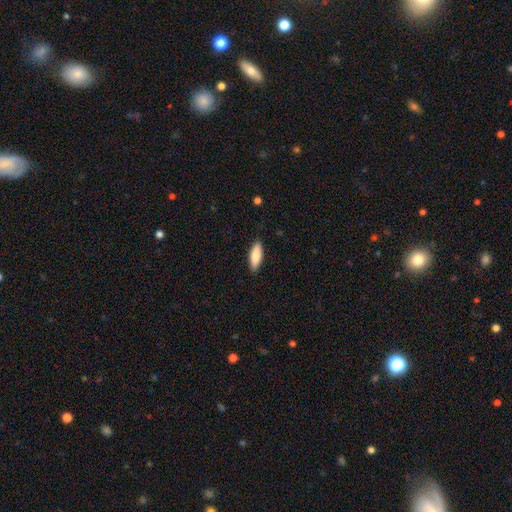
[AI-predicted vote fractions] smooth_or_featured: smooth (p=0.83) [alt: featured or disk p=0.11]
how_rounded: in between (p=0.64) [alt: cigar-shaped p=0.34]
merging: none (p=0.89) [alt: minor disturbance p=0.08]